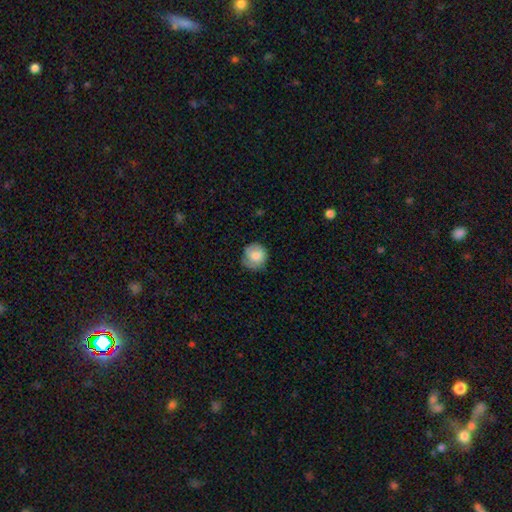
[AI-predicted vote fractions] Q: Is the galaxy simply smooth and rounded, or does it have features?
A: smooth — 80%.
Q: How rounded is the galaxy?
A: round — 90%.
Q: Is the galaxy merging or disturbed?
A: none — 68%.